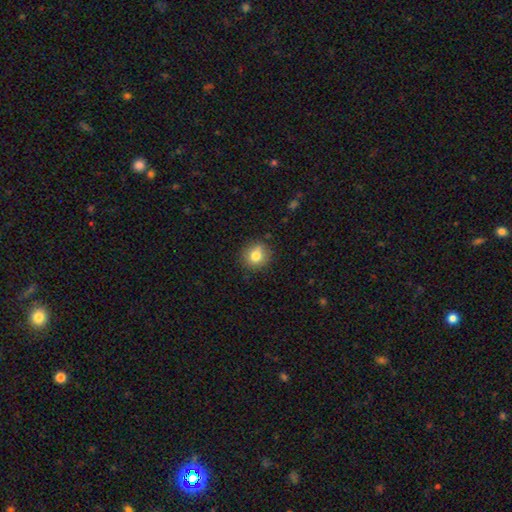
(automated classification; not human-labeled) smooth-or-featured: smooth: 80% | star or artifact: 10% | featured or disk: 10%
  how-rounded: round: 86% | in between: 13% | cigar-shaped: 1%
  merging: none: 83% | minor disturbance: 12% | major disturbance: 3% | merger: 2%